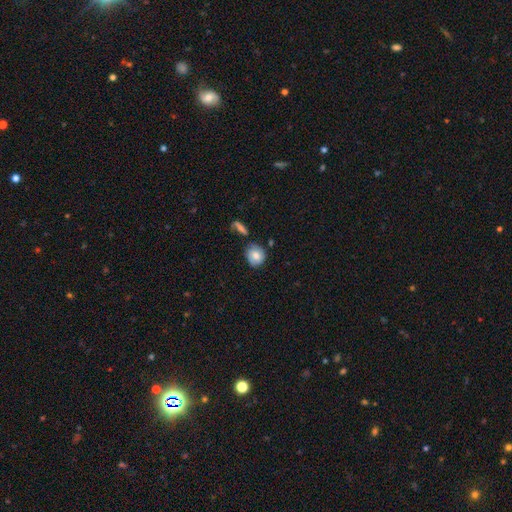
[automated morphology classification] A smooth galaxy with no disk features (70%) that is round (74%). Merging: none (62%).